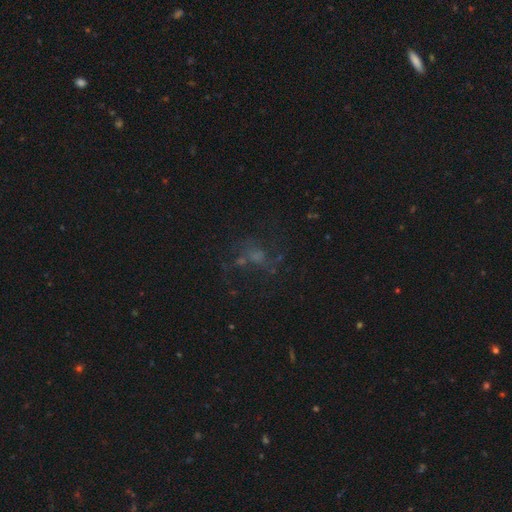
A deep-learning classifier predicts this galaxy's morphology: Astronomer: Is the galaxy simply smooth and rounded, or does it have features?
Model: featured or disk — 40% (runner-up: star or artifact, 31%).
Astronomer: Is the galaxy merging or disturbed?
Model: none — 50% (runner-up: major disturbance, 27%).